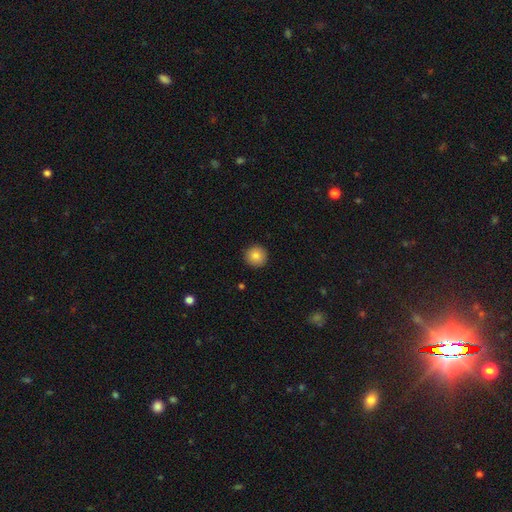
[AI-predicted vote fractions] Smooth or featured?
  - smooth: 85% *
  - star or artifact: 9%
  - featured or disk: 6%
How rounded?
  - round: 96% *
  - in between: 4%
  - cigar-shaped: 1%
Merging?
  - none: 92% *
  - minor disturbance: 6%
  - major disturbance: 2%
  - merger: 1%